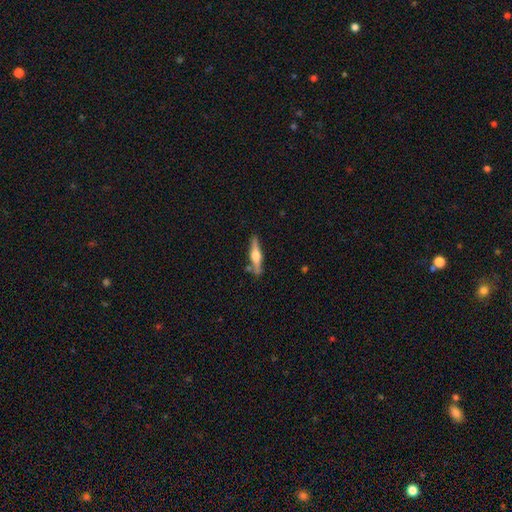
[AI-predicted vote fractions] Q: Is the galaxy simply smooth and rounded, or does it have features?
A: featured or disk — 62%.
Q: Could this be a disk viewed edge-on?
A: yes — 96%.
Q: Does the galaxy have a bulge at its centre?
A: rounded — 93%.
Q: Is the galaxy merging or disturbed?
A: none — 84%.